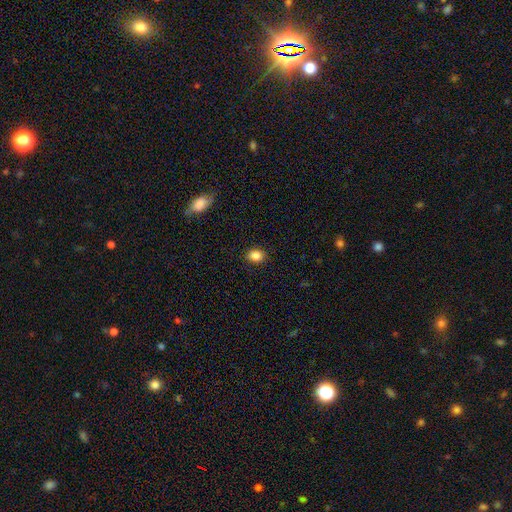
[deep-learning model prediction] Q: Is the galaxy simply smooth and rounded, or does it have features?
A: smooth — 86%.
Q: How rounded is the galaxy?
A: in between — 53%.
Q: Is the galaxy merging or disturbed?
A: none — 90%.